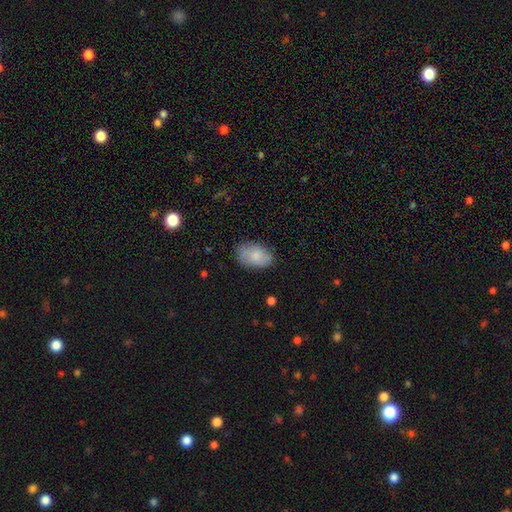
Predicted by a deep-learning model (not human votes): This appears to be a smooth galaxy with no disk features (79%) that is in between round and cigar-shaped (91%). Merging: none (75%).